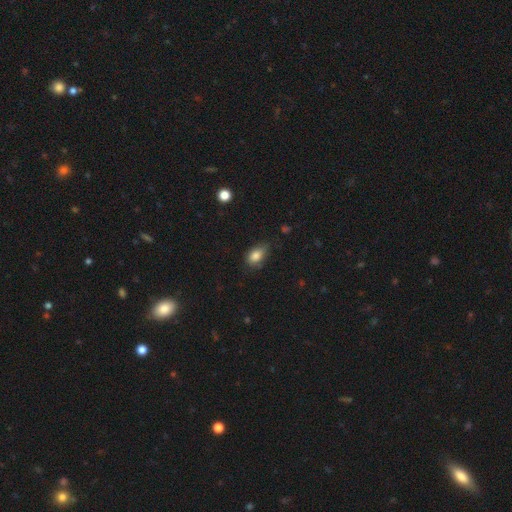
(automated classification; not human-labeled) Smooth or featured?
  - smooth: 82% *
  - star or artifact: 9%
  - featured or disk: 8%
How rounded?
  - in between: 82% *
  - round: 15%
  - cigar-shaped: 3%
Merging?
  - none: 52% *
  - minor disturbance: 37%
  - major disturbance: 9%
  - merger: 2%